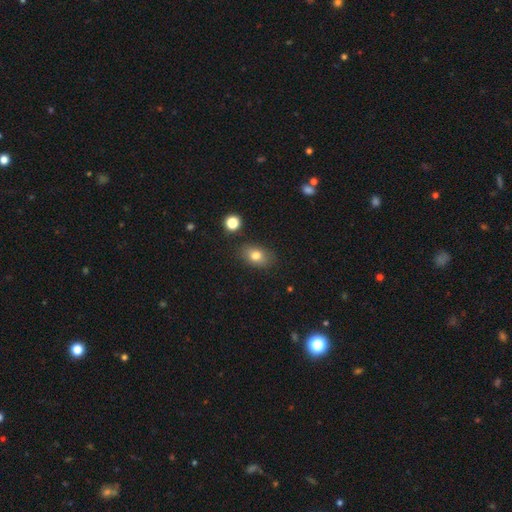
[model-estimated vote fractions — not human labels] smooth-or-featured: smooth: 77% | featured or disk: 12% | star or artifact: 11%
  how-rounded: in between: 78% | round: 20% | cigar-shaped: 2%
  merging: none: 81% | minor disturbance: 13% | major disturbance: 3% | merger: 3%